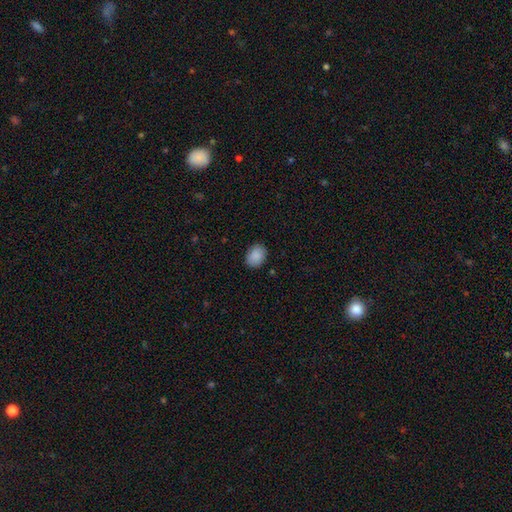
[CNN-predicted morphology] This is clearly a smooth galaxy (89%). How rounded: likely in between (62%). Merging: clearly none (87%).